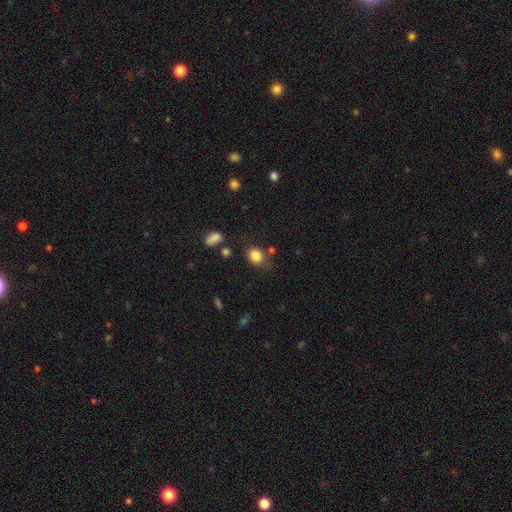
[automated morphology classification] This is clearly a smooth galaxy (83%). How rounded: possibly round (52%). Merging: likely none (69%).